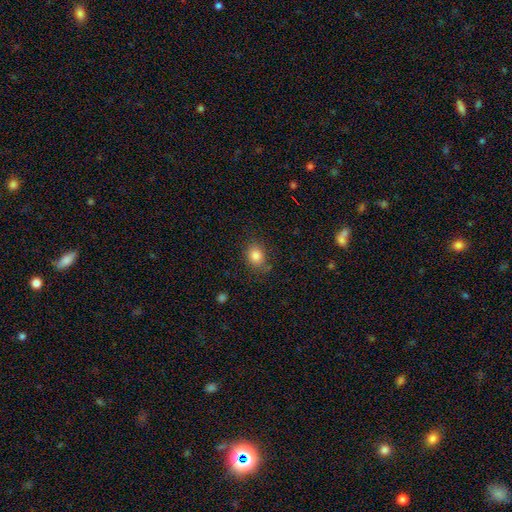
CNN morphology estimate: A smooth galaxy with no disk features (84%) that is in between round and cigar-shaped (50%).

Vote fractions:
- Smooth or featured? smooth: 84% / star or artifact: 10% / featured or disk: 6%
- How rounded? in between: 50% / round: 49% / cigar-shaped: 1%
- Merging? none: 77% / minor disturbance: 16% / major disturbance: 5% / merger: 2%